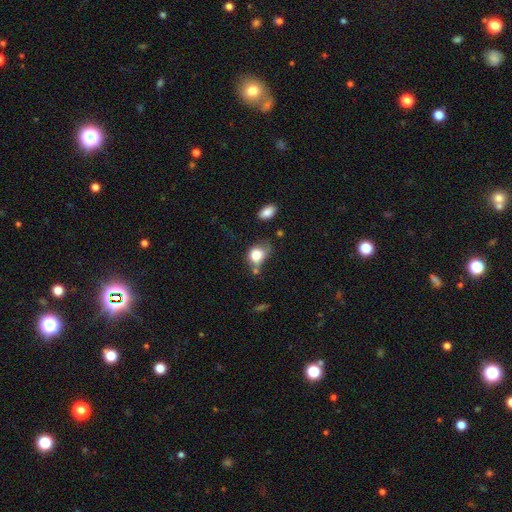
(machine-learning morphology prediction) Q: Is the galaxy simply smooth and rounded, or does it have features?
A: smooth — 79%.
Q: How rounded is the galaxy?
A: round — 51%.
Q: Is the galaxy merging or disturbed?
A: none — 34%.